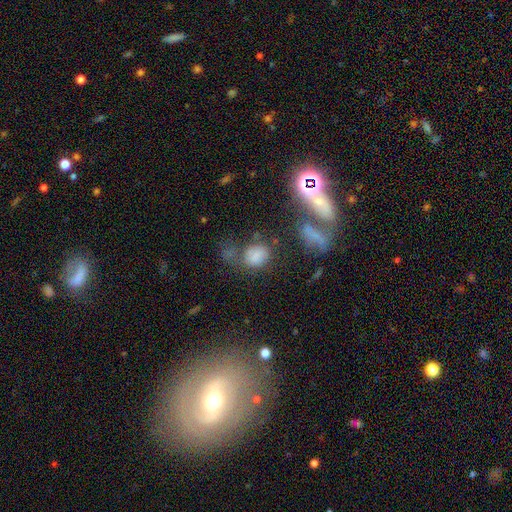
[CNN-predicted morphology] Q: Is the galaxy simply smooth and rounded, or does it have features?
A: smooth — 72%.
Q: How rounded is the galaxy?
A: in between — 57%.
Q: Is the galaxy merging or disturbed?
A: none — 41%.